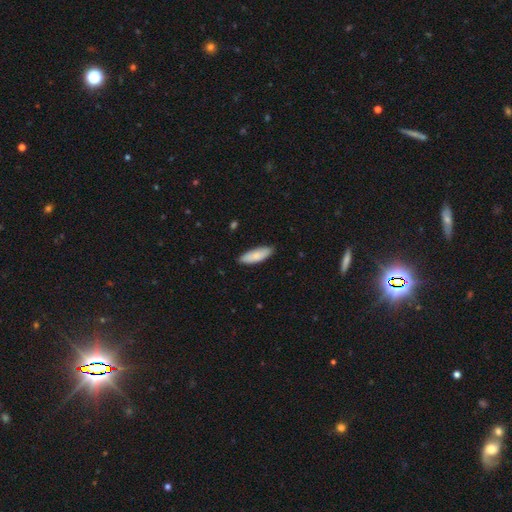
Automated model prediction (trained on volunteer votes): A smooth galaxy with no disk features (85%) that is in between round and cigar-shaped (66%).

Vote fractions:
- Smooth or featured? smooth: 85% / featured or disk: 10% / star or artifact: 5%
- How rounded? in between: 66% / cigar-shaped: 32% / round: 2%
- Merging? none: 86% / minor disturbance: 11% / major disturbance: 2% / merger: 1%